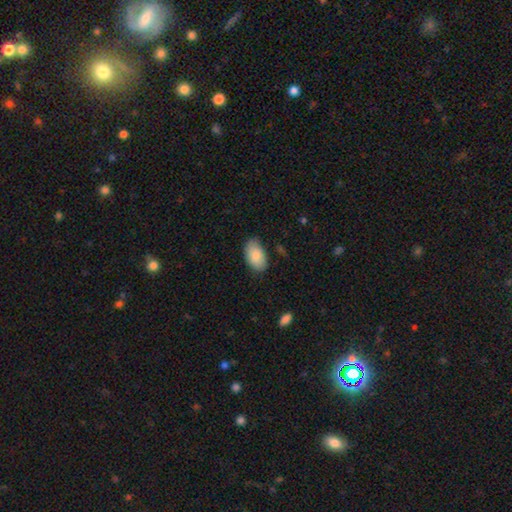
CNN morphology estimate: Smooth or featured?
  - smooth: 86% *
  - featured or disk: 8%
  - star or artifact: 6%
How rounded?
  - in between: 94% *
  - round: 4%
  - cigar-shaped: 2%
Merging?
  - none: 80% *
  - minor disturbance: 16%
  - major disturbance: 3%
  - merger: 1%